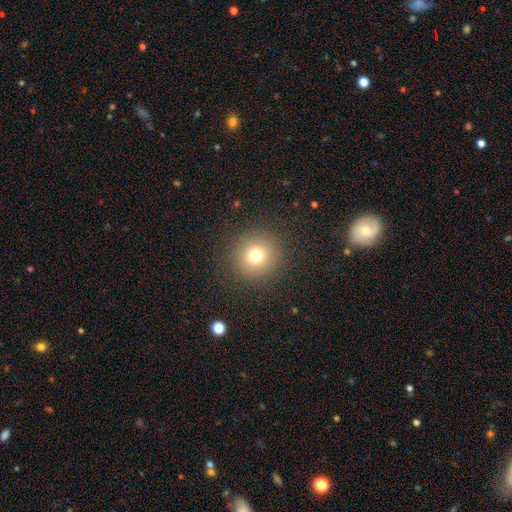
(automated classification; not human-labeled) A smooth galaxy with no disk features (74%) that is round (94%). Merging: none (90%).